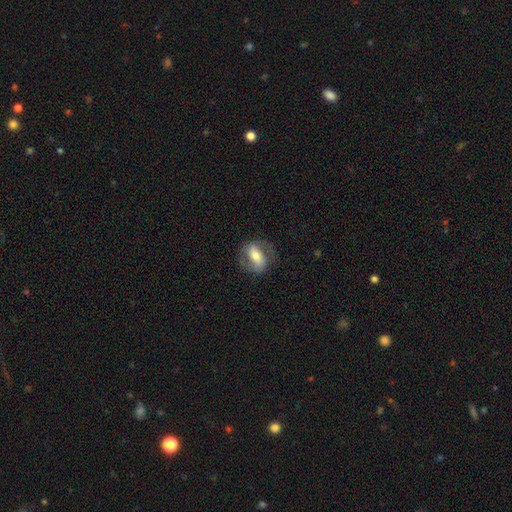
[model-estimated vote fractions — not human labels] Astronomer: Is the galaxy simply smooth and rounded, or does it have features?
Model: featured or disk — 58% (runner-up: smooth, 35%).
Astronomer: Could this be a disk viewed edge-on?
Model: no — 93%.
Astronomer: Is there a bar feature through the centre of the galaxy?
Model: strong — 47% (runner-up: weak, 30%).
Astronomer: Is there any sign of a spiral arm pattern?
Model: yes — 79%.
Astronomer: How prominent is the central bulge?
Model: moderate — 56%.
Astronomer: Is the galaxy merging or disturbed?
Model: none — 74%.